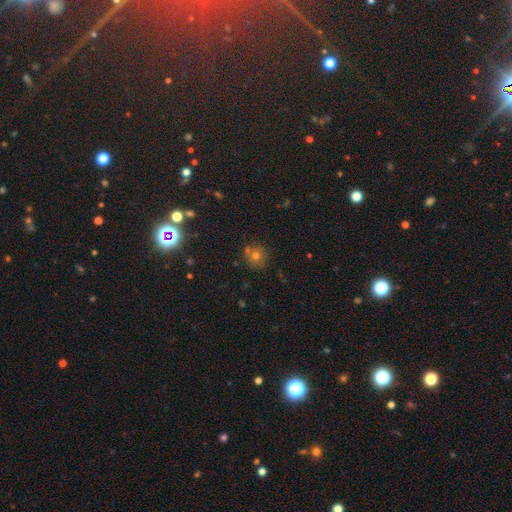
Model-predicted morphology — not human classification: Smooth or featured: smooth — 65% (star or artifact — 23%)
How rounded: round — 88% (in between — 11%)
Merging: none — 71% (merger — 14%)